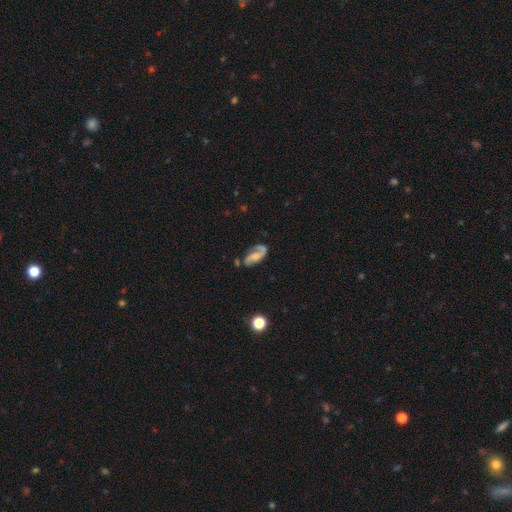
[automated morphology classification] Smooth or featured? Predicted: featured or disk (p=0.76). Edge-on disk? Predicted: no (p=0.96). Bar? Predicted: no (p=0.49). Spiral arms? Predicted: yes (p=0.94). Spiral winding? Predicted: medium (p=0.45). Spiral arm count? Predicted: 2 (p=0.78). Bulge size? Predicted: moderate (p=0.34, tied with small). Merging? Predicted: none (p=0.61).